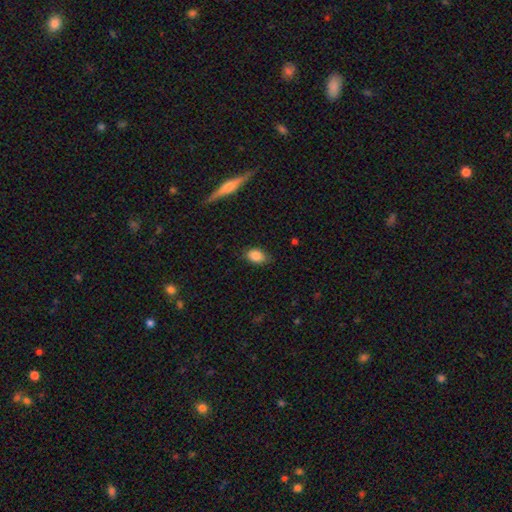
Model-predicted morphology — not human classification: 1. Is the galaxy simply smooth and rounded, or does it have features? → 85% smooth, 8% star or artifact, 7% featured or disk.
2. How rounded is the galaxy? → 84% in between, 13% round, 2% cigar-shaped.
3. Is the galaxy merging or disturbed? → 75% none, 20% minor disturbance, 4% major disturbance, 1% merger.